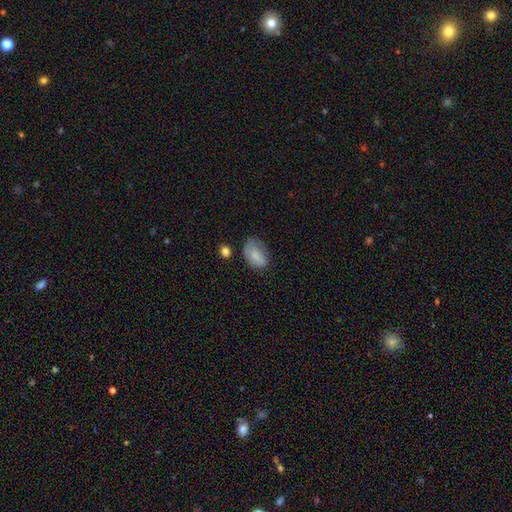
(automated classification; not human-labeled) Overall: smooth (78%). How rounded: in between (86%). Merging: none (53%; minor disturbance 33%).